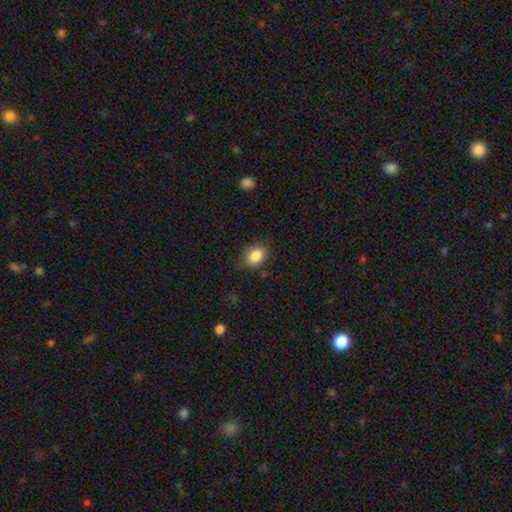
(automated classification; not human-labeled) The model was most divided on "how rounded": in between: 68%, round: 31%, cigar-shaped: 1%. More confident: smooth or featured — smooth (85%); merging — none (76%).